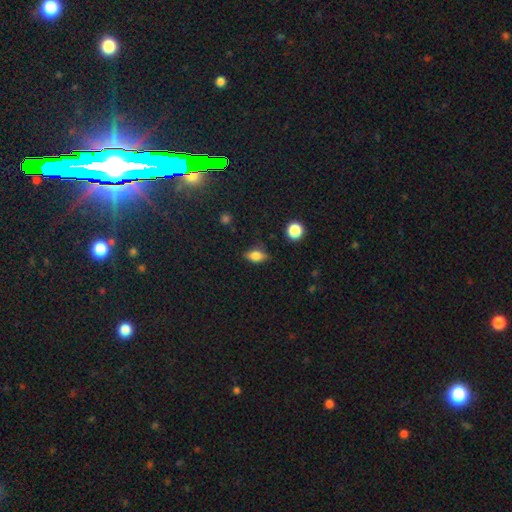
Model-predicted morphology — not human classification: The model was most divided on "merging": none: 74%, minor disturbance: 19%, major disturbance: 4%, merger: 2%. More confident: how rounded — in between (79%); smooth or featured — smooth (75%).